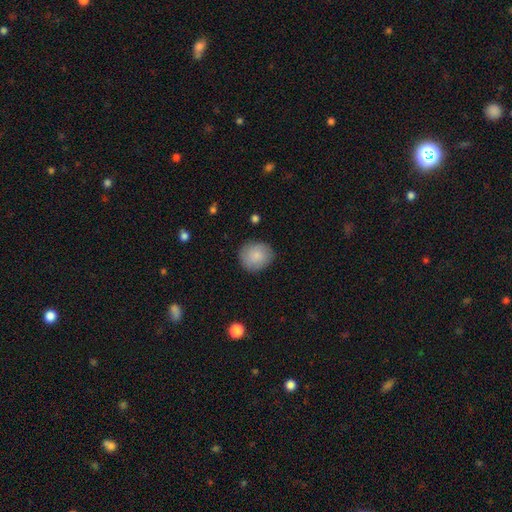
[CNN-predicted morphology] Smooth or featured: smooth — 82% (featured or disk — 11%)
How rounded: round — 79% (in between — 20%)
Merging: none — 86% (minor disturbance — 11%)